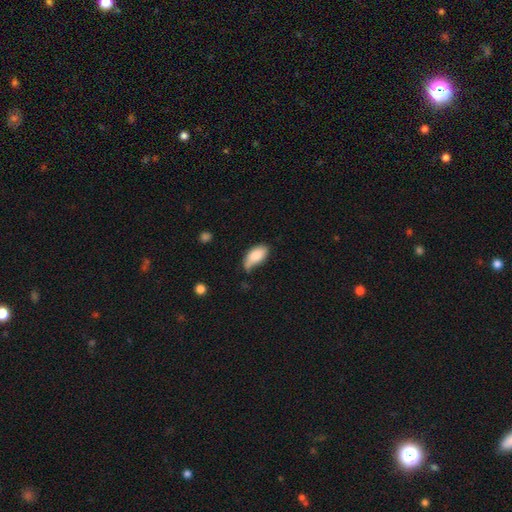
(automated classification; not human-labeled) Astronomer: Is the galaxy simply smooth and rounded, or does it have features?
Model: smooth — 81%.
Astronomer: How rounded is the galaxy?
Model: in between — 93%.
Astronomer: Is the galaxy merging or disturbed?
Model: none — 44% (runner-up: minor disturbance, 39%).